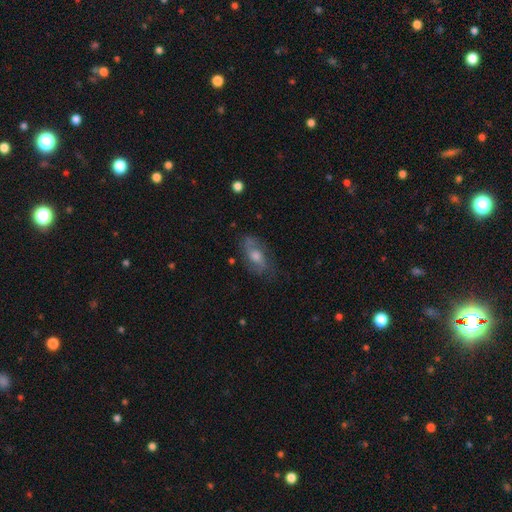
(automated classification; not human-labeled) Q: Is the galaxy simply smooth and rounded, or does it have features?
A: featured or disk — 60%.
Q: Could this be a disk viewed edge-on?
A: no — 90%.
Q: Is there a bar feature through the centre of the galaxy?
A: no — 62%.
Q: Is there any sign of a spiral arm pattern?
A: yes — 82%.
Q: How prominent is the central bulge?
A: moderate — 61%.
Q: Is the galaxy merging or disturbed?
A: none — 72%.